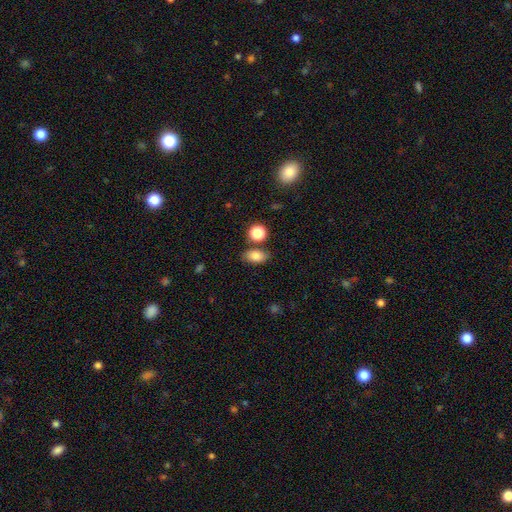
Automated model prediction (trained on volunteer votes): The model was most divided on "merging": none: 74%, minor disturbance: 13%, merger: 10%, major disturbance: 4%. More confident: how rounded — in between (83%); smooth or featured — smooth (83%).